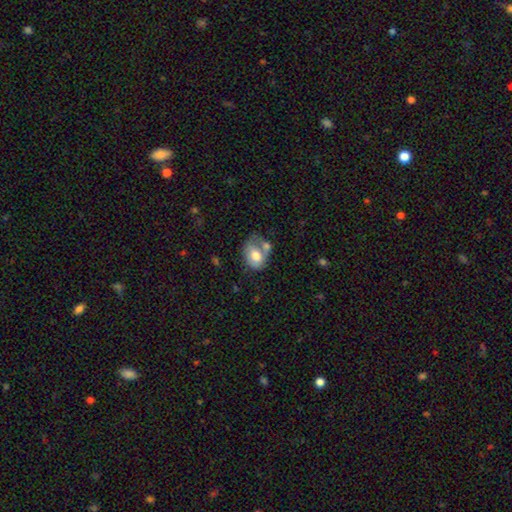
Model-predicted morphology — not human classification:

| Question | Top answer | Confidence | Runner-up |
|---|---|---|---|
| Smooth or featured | smooth | 64% | featured or disk (29%) |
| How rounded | in between | 69% | round (30%) |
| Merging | merger | 36% | none (26%) |